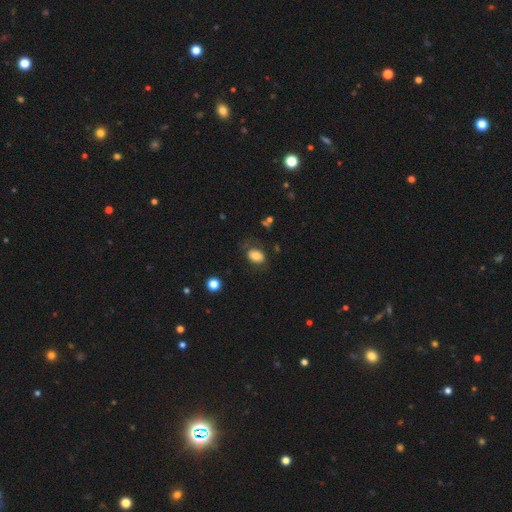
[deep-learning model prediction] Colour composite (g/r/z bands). It shows a smooth galaxy with no disk features (77%) that is in between round and cigar-shaped (80%). Merging: none (65%).